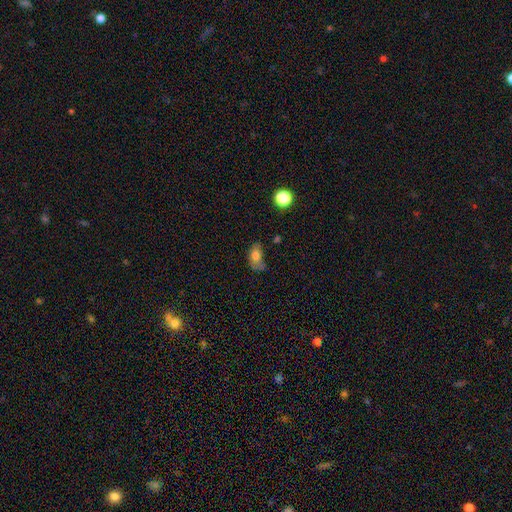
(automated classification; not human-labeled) This appears to be a smooth galaxy with no disk features (74%) that is in between round and cigar-shaped (86%). Merging: none (42%).